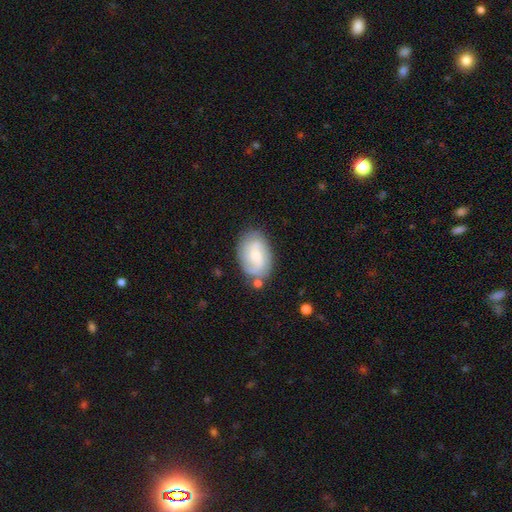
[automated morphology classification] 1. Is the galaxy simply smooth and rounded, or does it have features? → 53% featured or disk, 40% smooth, 7% star or artifact.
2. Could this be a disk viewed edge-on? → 96% no, 4% yes.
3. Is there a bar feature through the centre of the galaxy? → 49% no, 44% weak, 8% strong.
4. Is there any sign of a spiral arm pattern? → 84% yes, 16% no.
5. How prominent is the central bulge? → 47% moderate, 42% small, 5% large, 4% none, 1% dominant.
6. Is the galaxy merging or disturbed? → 71% none, 18% minor disturbance, 6% merger, 5% major disturbance.